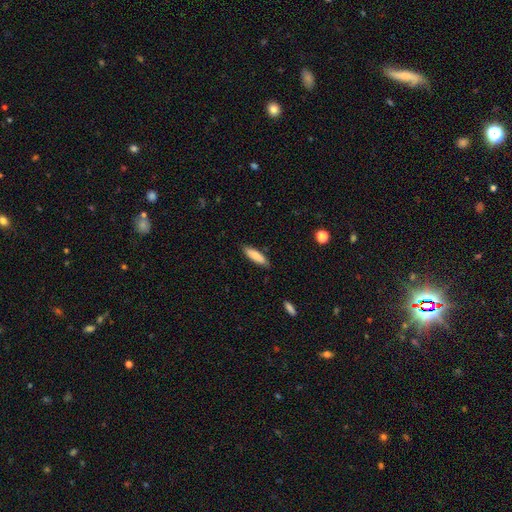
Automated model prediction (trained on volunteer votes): Smooth or featured? smooth (83%)
How rounded? cigar-shaped (63%)
Merging? none (86%)